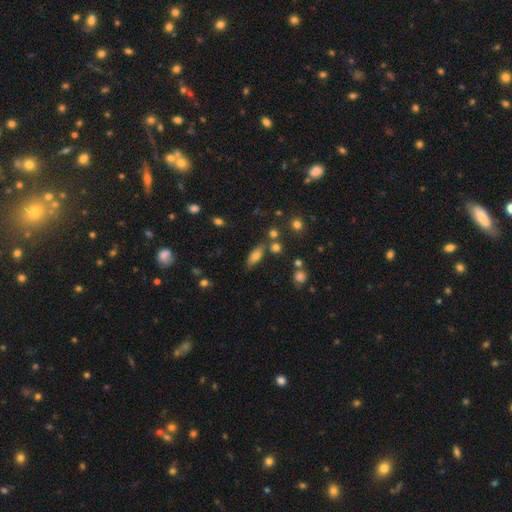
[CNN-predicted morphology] Overall: smooth (75%). How rounded: in between (77%). Merging: none (72%).